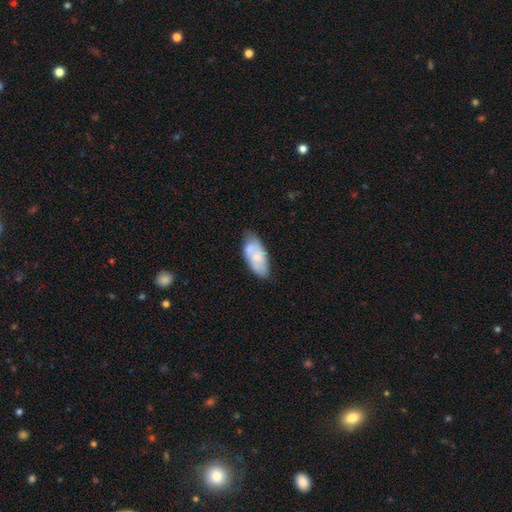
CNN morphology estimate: The model was most divided on "smooth or featured": smooth: 57%, featured or disk: 37%, star or artifact: 6%. More confident: how rounded — in between (89%); merging — none (60%).